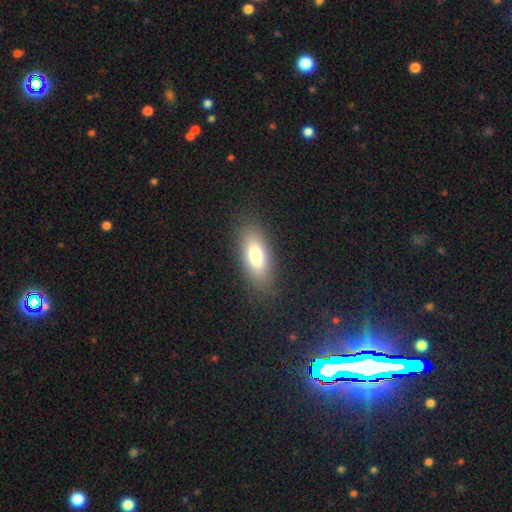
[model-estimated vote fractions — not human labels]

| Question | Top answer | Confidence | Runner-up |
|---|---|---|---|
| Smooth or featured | smooth | 76% | featured or disk (16%) |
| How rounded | in between | 80% | cigar-shaped (16%) |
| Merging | none | 84% | minor disturbance (11%) |